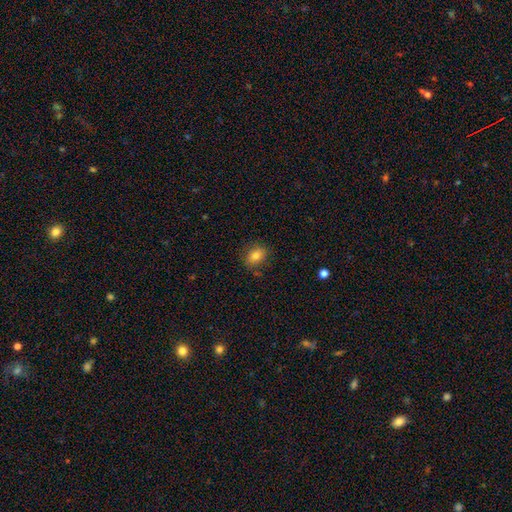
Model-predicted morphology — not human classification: type=smooth (80%); roundness=in between (58%); merging=none (82%).